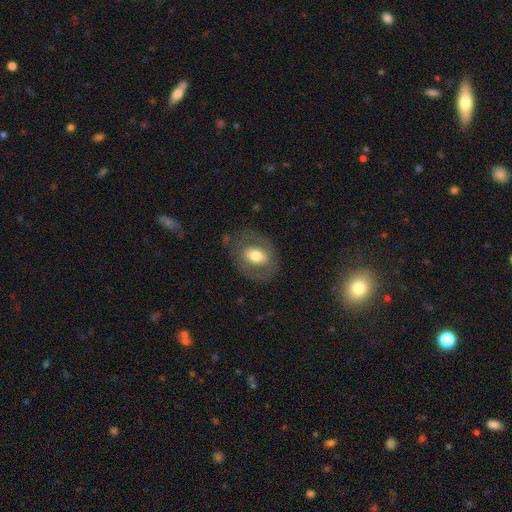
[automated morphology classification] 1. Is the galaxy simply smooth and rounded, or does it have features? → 50% smooth, 43% featured or disk, 7% star or artifact.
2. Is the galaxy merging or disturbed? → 73% none, 16% minor disturbance, 10% major disturbance, 1% merger.